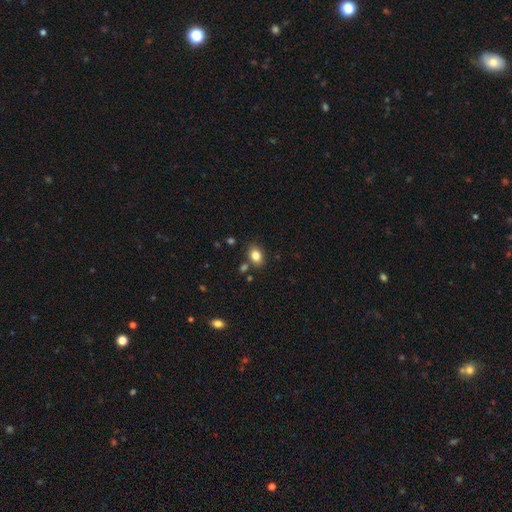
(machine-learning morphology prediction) Smooth or featured: smooth — 83% (star or artifact — 10%)
How rounded: in between — 76% (round — 23%)
Merging: none — 80% (minor disturbance — 11%)